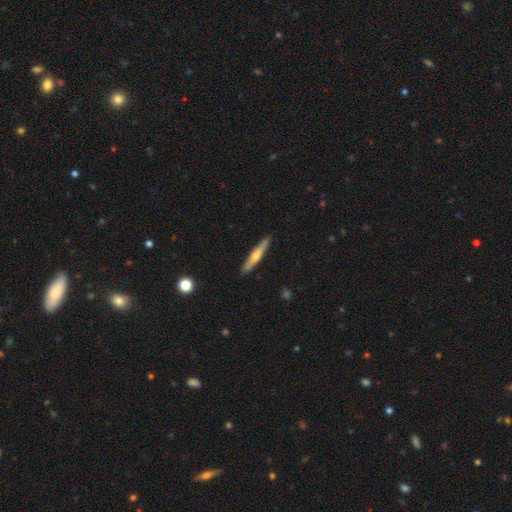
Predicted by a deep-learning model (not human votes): A featured or disk galaxy (49%). Merging: none (89%).